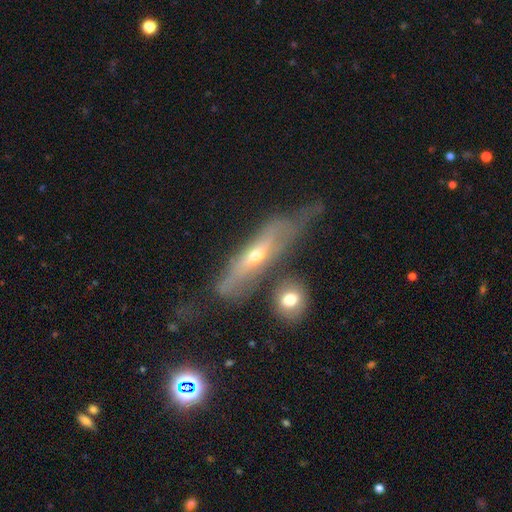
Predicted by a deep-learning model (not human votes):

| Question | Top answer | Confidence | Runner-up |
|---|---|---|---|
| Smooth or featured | featured or disk | 62% | smooth (31%) |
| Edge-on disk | yes | 60% | no (40%) |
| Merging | none | 38% | minor disturbance (25%) |